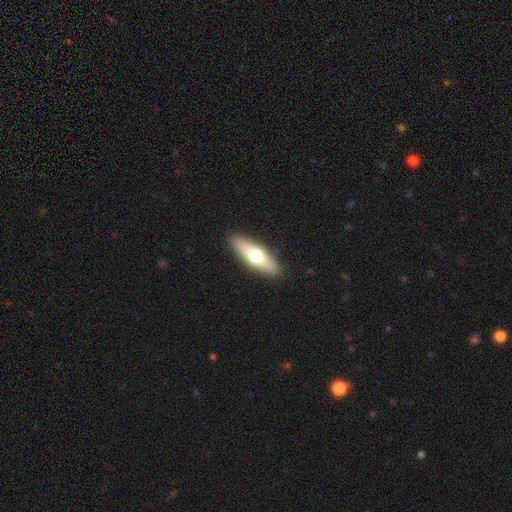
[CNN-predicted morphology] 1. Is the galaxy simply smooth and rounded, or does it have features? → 58% smooth, 37% featured or disk, 6% star or artifact.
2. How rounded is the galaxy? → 51% cigar-shaped, 46% in between, 3% round.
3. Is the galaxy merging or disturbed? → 90% none, 8% minor disturbance, 2% major disturbance, 1% merger.